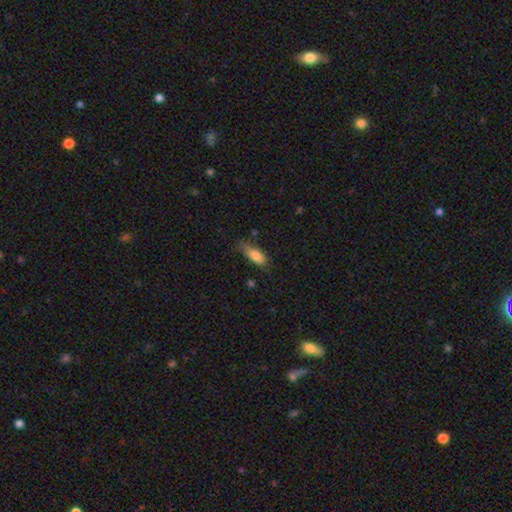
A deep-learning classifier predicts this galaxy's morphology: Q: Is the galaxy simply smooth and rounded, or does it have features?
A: smooth — 80%.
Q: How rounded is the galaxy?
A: in between — 72%.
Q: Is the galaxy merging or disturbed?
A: none — 57%.